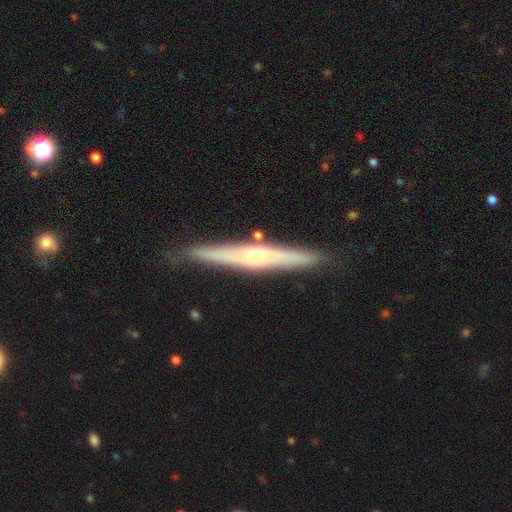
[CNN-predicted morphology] A featured or disk galaxy (69%) viewed edge-on (95%) with a rounded central bulge (61%). Merging: none (86%).